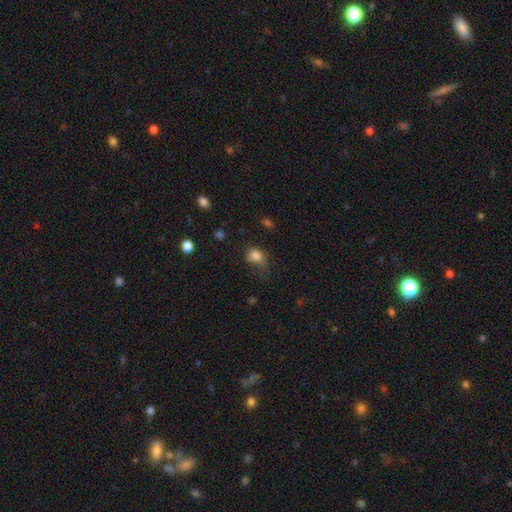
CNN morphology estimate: This appears to be a smooth galaxy with no disk features (82%) that is in between round and cigar-shaped (55%). Merging: none (40%).